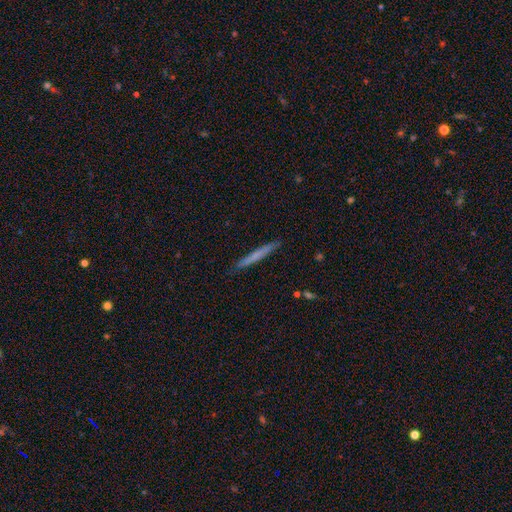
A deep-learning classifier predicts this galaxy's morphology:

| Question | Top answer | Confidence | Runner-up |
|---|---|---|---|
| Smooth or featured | smooth | 61% | featured or disk (32%) |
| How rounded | cigar-shaped | 97% | in between (2%) |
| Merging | none | 89% | minor disturbance (8%) |